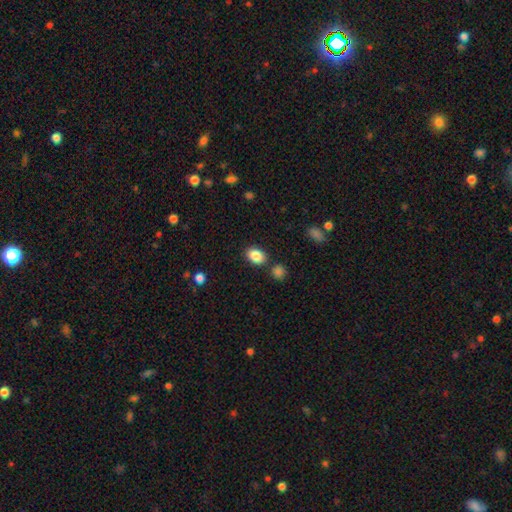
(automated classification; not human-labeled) smooth_or_featured: smooth (p=0.87) [alt: star or artifact p=0.08]
how_rounded: in between (p=0.74) [alt: round p=0.25]
merging: none (p=0.81) [alt: minor disturbance p=0.10]